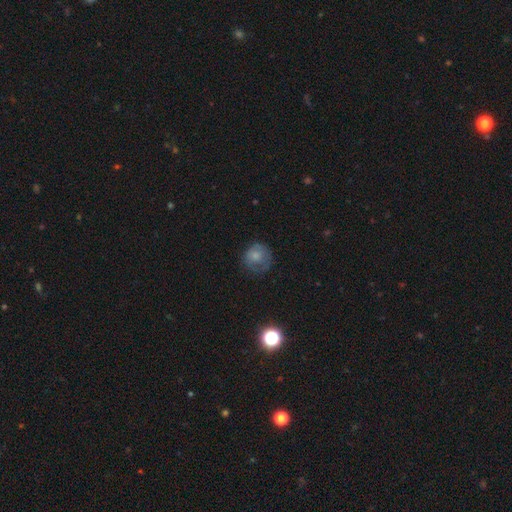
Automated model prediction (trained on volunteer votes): Overall: smooth (68%). How rounded: round (84%). Merging: none (61%; minor disturbance 24%).